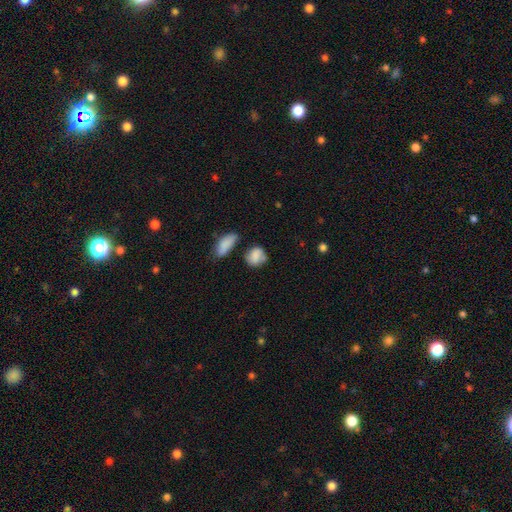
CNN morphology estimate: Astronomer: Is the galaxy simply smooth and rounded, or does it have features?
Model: smooth — 80%.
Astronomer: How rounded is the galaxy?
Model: round — 56% (runner-up: in between, 42%).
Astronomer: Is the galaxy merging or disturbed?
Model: none — 55%.